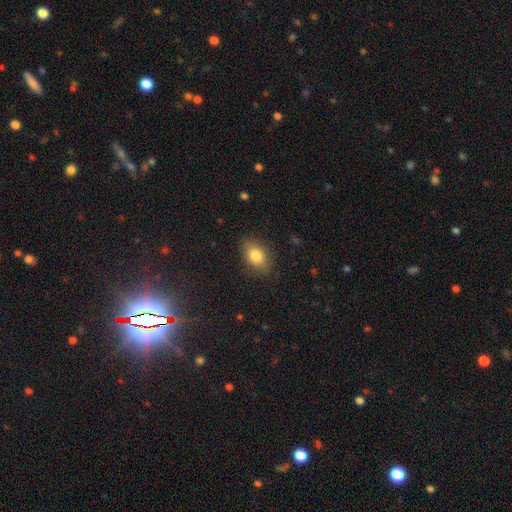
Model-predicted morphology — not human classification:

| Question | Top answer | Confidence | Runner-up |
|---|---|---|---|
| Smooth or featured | smooth | 83% | featured or disk (9%) |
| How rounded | in between | 80% | round (18%) |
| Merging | none | 82% | minor disturbance (13%) |